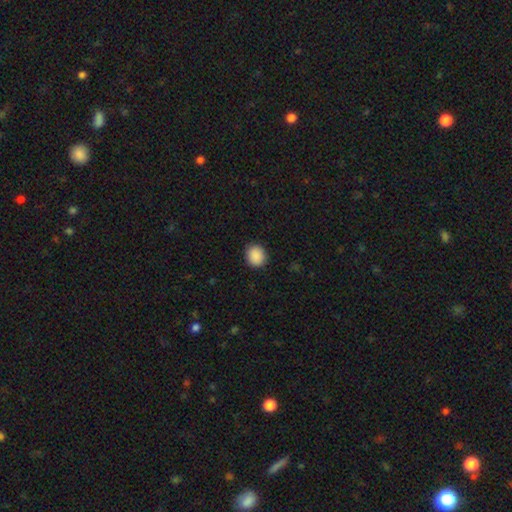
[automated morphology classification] Q: Smooth or featured?
A: smooth (90%); runner-up: star or artifact (8%)
Q: How rounded?
A: round (80%); runner-up: in between (19%)
Q: Merging?
A: none (90%); runner-up: minor disturbance (7%)